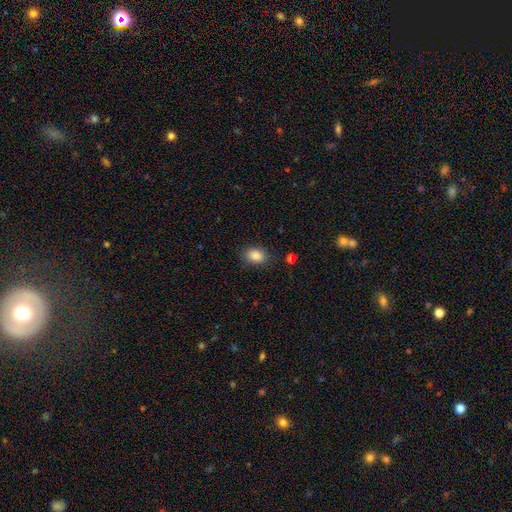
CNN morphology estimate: Smooth or featured? Predicted: smooth (p=0.88). How rounded? Predicted: in between (p=0.73). Merging? Predicted: none (p=0.83).